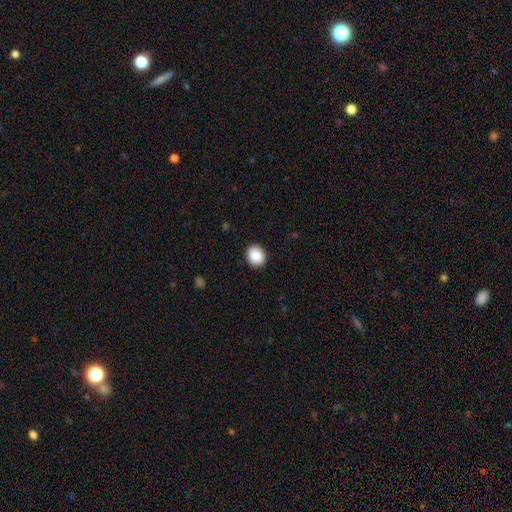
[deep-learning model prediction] A smooth galaxy with no disk features (88%) that is round (65%). Merging: none (90%).